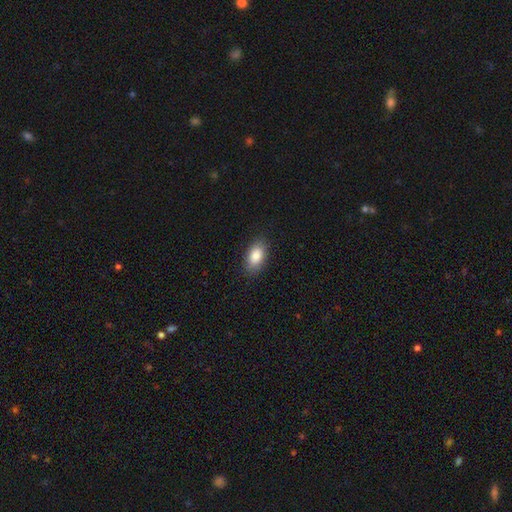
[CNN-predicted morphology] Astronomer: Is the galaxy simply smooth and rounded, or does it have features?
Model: smooth — 86%.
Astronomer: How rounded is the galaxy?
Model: in between — 92%.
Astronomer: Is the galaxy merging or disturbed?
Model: none — 86%.